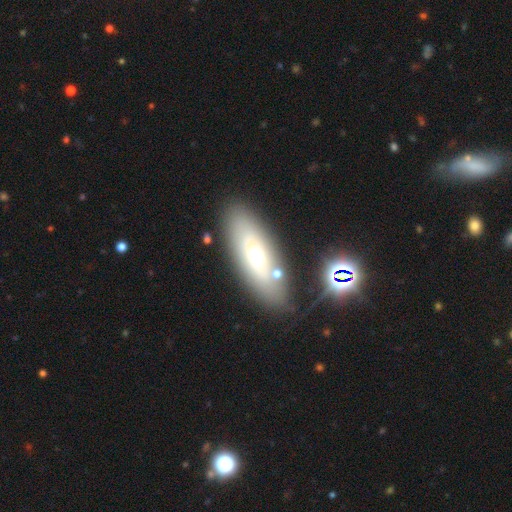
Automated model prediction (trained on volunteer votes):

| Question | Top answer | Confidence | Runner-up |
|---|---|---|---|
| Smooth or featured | smooth | 47% | featured or disk (42%) |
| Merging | none | 77% | minor disturbance (12%) |